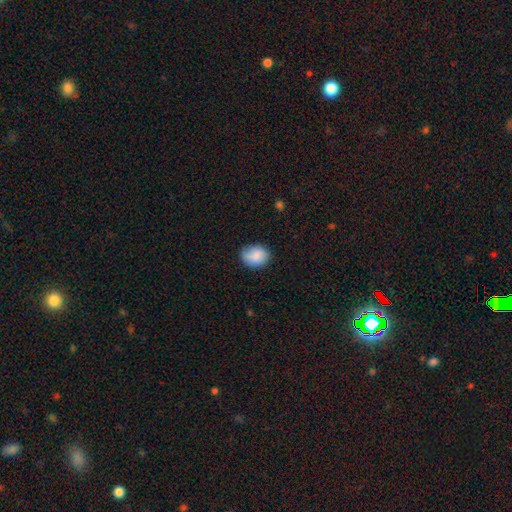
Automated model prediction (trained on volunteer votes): Q: Smooth or featured?
A: smooth (86%); runner-up: star or artifact (7%)
Q: How rounded?
A: in between (54%); runner-up: round (45%)
Q: Merging?
A: none (75%); runner-up: minor disturbance (20%)